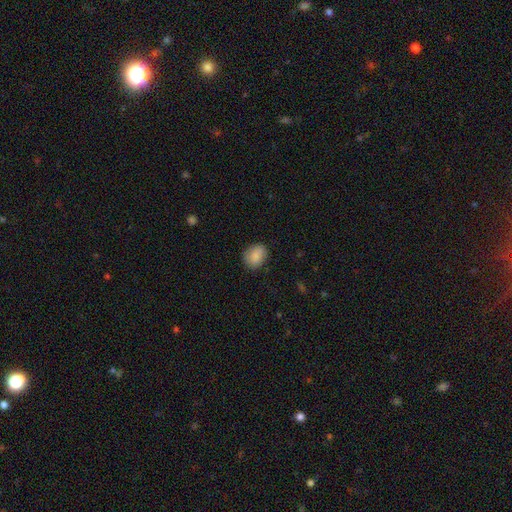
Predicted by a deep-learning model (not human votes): Q: Smooth or featured?
A: smooth (84%); runner-up: featured or disk (9%)
Q: How rounded?
A: round (55%); runner-up: in between (44%)
Q: Merging?
A: none (82%); runner-up: minor disturbance (14%)